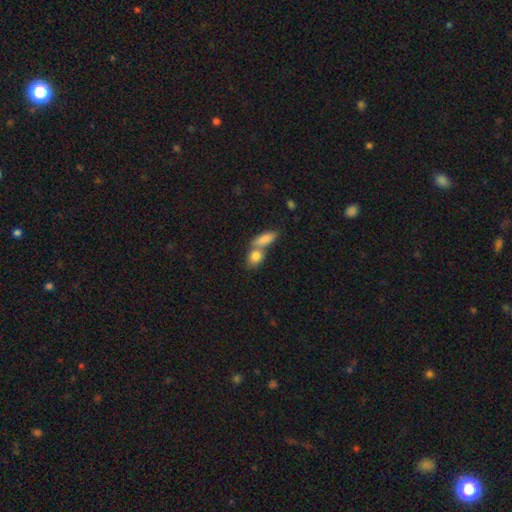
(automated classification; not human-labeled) smooth_or_featured: smooth (p=0.85) [alt: featured or disk p=0.09]
how_rounded: in between (p=0.71) [alt: round p=0.24]
merging: merger (p=0.53) [alt: none p=0.35]